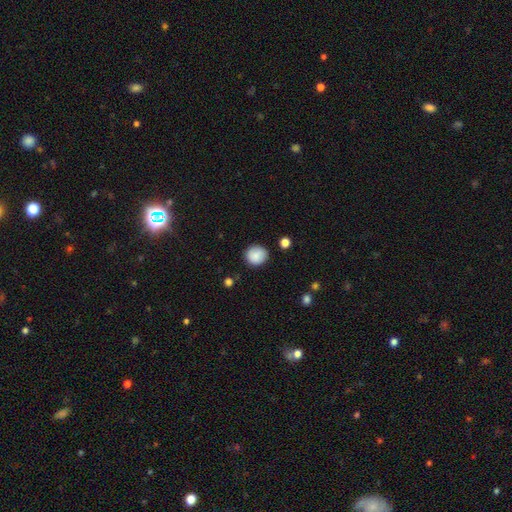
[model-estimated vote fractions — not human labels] smooth_or_featured: smooth (p=0.85) [alt: star or artifact p=0.08]
how_rounded: round (p=0.88) [alt: in between p=0.11]
merging: none (p=0.84) [alt: minor disturbance p=0.11]